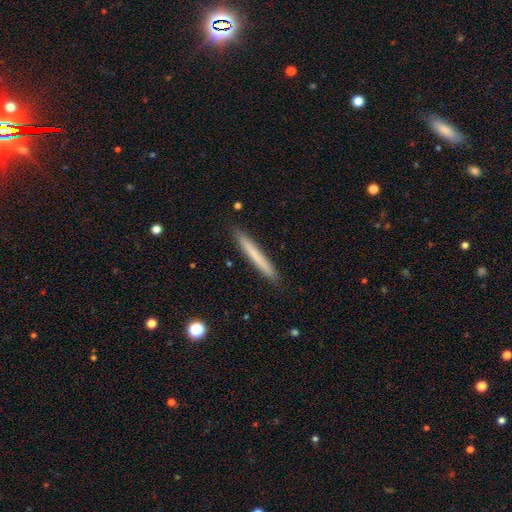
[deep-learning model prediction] A smooth galaxy with no disk features (70%) that is cigar-shaped (97%).

Vote fractions:
- Smooth or featured? smooth: 70% / featured or disk: 24% / star or artifact: 6%
- How rounded? cigar-shaped: 97% / in between: 2% / round: 1%
- Merging? none: 91% / minor disturbance: 7% / major disturbance: 1% / merger: 1%